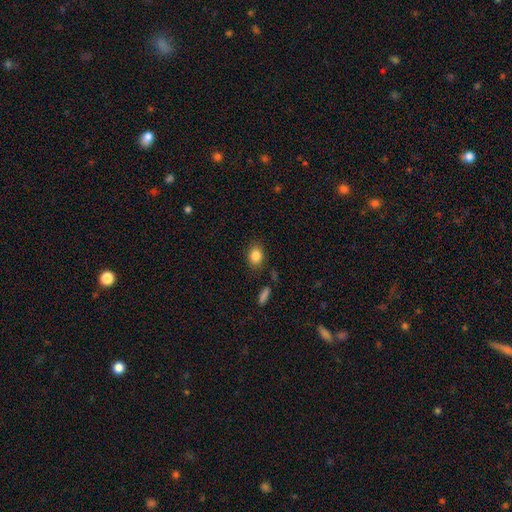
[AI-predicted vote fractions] A smooth galaxy with no disk features (84%) that is in between round and cigar-shaped (63%).

Vote fractions:
- Smooth or featured? smooth: 84% / star or artifact: 9% / featured or disk: 7%
- How rounded? in between: 63% / round: 36% / cigar-shaped: 1%
- Merging? none: 82% / minor disturbance: 12% / major disturbance: 3% / merger: 3%